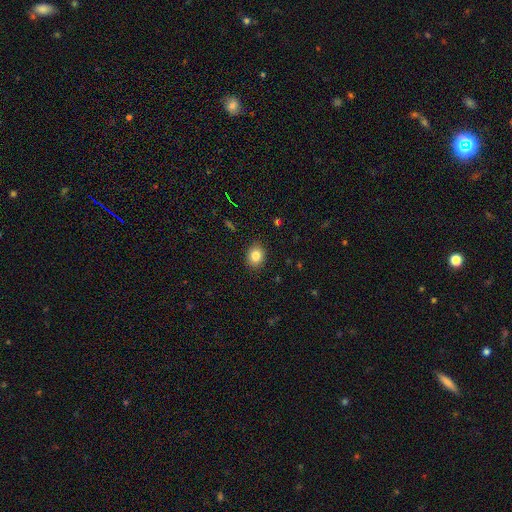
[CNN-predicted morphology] Smooth or featured? smooth (83%)
How rounded? round (53%)
Merging? none (89%)